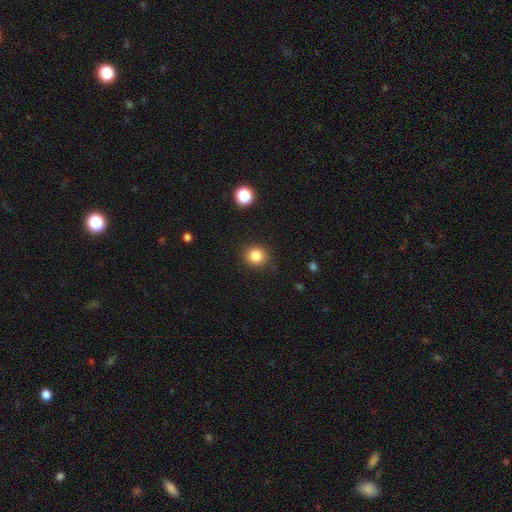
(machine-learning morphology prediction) The model was most divided on "smooth or featured": smooth: 84%, star or artifact: 11%, featured or disk: 5%. More confident: merging — none (89%); how rounded — round (88%).